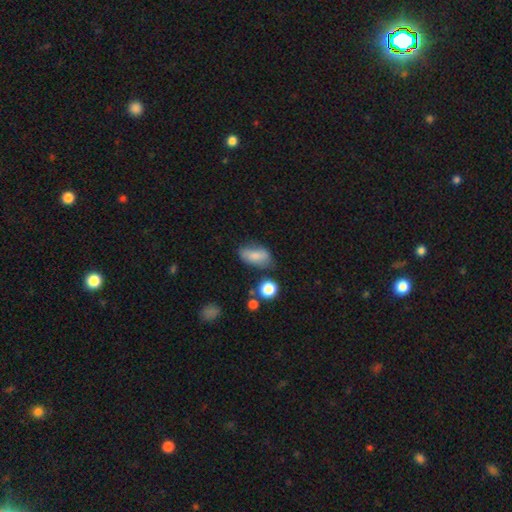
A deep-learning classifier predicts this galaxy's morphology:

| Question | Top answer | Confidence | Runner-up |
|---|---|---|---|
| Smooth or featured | smooth | 75% | featured or disk (17%) |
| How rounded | in between | 86% | round (7%) |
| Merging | none | 57% | minor disturbance (28%) |